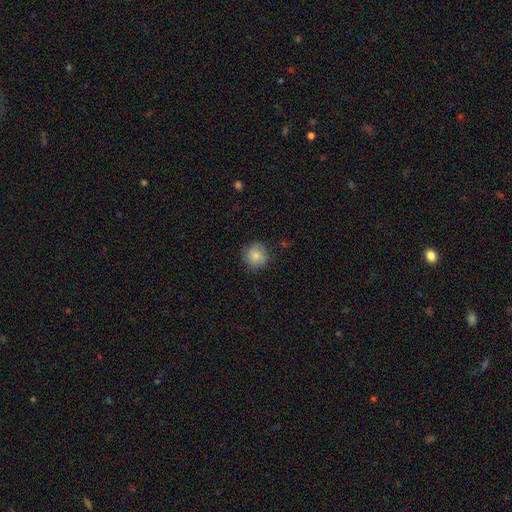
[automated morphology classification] A smooth galaxy with no disk features (79%) that is round (90%). Merging: none (81%).